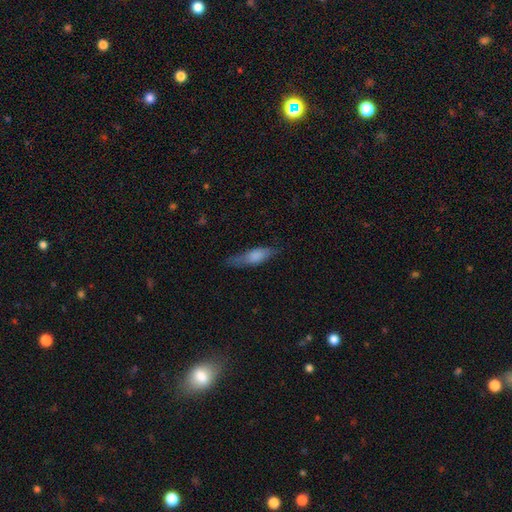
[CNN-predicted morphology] Overall: smooth (71%). How rounded: cigar-shaped (52%; in between 46%). Merging: none (64%; minor disturbance 26%).